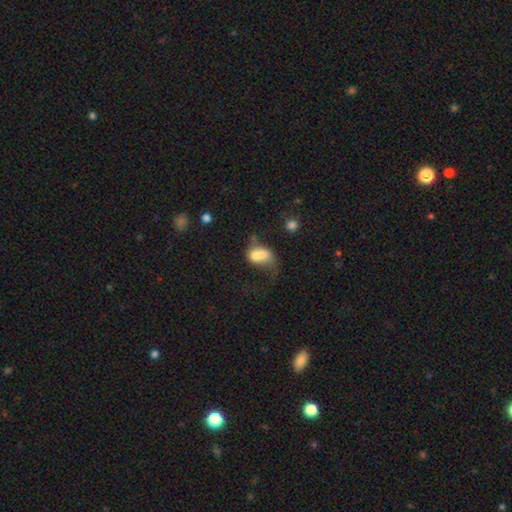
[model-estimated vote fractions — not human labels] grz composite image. It shows a smooth galaxy with no disk features (65%) that is in between round and cigar-shaped (84%). Merging: major disturbance (41%).